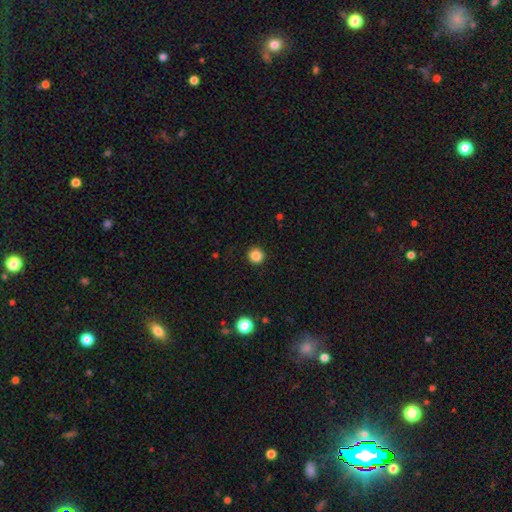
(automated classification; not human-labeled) A smooth galaxy with no disk features (85%) that is round (95%).

Vote fractions:
- Smooth or featured? smooth: 85% / star or artifact: 11% / featured or disk: 4%
- How rounded? round: 95% / in between: 4% / cigar-shaped: 1%
- Merging? none: 91% / minor disturbance: 6% / major disturbance: 2% / merger: 1%